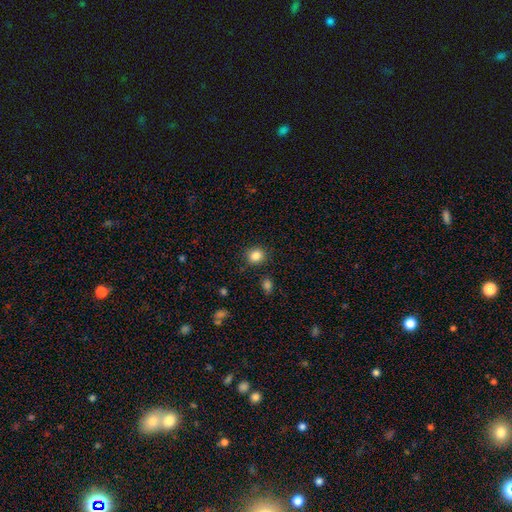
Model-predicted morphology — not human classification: This appears to be a smooth galaxy with no disk features (84%) that is round (77%). Merging: none (87%).